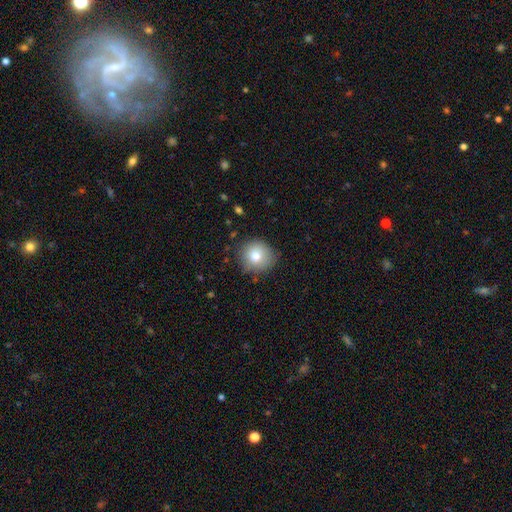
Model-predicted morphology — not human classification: Smooth or featured?
  - smooth: 80% *
  - featured or disk: 10%
  - star or artifact: 10%
How rounded?
  - round: 87% *
  - in between: 12%
  - cigar-shaped: 1%
Merging?
  - none: 82% *
  - minor disturbance: 14%
  - major disturbance: 3%
  - merger: 1%